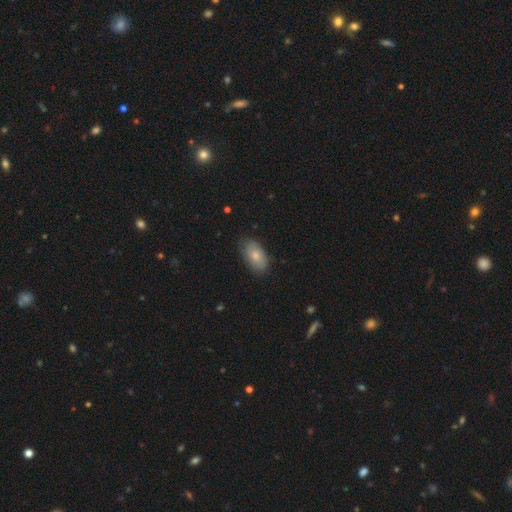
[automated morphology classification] The model was most divided on "smooth or featured": smooth: 77%, featured or disk: 17%, star or artifact: 6%. More confident: how rounded — in between (93%); merging — none (78%).